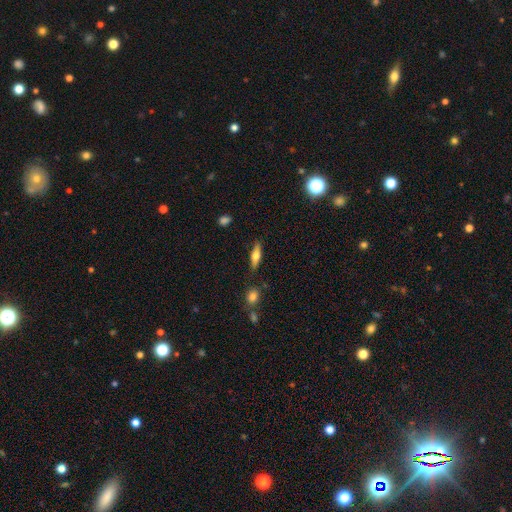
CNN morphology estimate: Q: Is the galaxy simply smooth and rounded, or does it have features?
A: smooth — 55%.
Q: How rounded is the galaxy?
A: cigar-shaped — 55%.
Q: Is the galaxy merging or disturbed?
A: none — 83%.